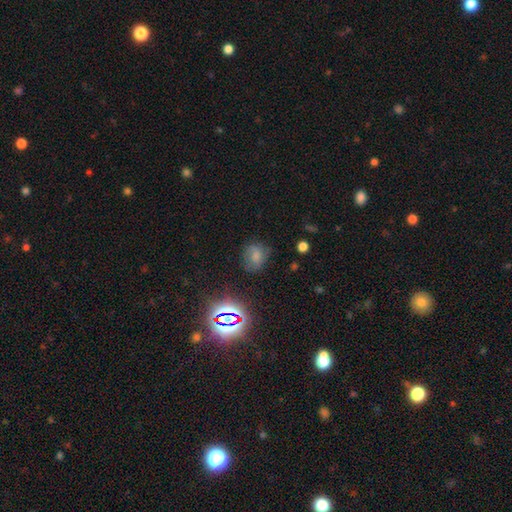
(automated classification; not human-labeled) Overall: smooth (60%; star or artifact 21%). How rounded: round (52%; in between 47%). Merging: none (65%).